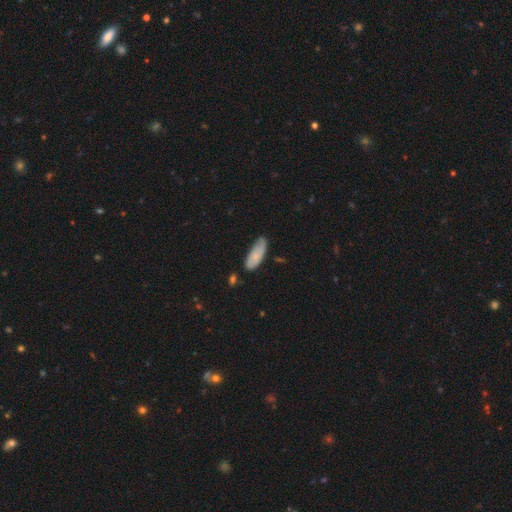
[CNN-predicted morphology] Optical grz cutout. It shows a smooth galaxy with no disk features (74%) that is in between round and cigar-shaped (75%). Merging: none (53%).